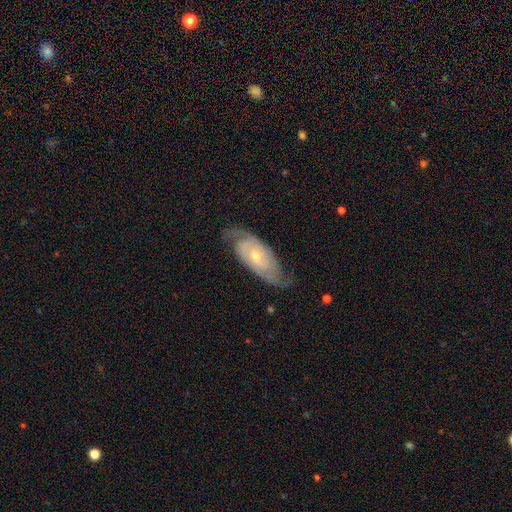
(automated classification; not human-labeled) The model was most divided on "spiral winding": tight: 51%, medium: 37%, loose: 12%. More confident: spiral arms — yes (96%); edge-on disk — no (92%); smooth or featured — featured or disk (84%); spiral arm count — 2 (78%); merging — none (73%); bar — no (67%); bulge size — small (55%).